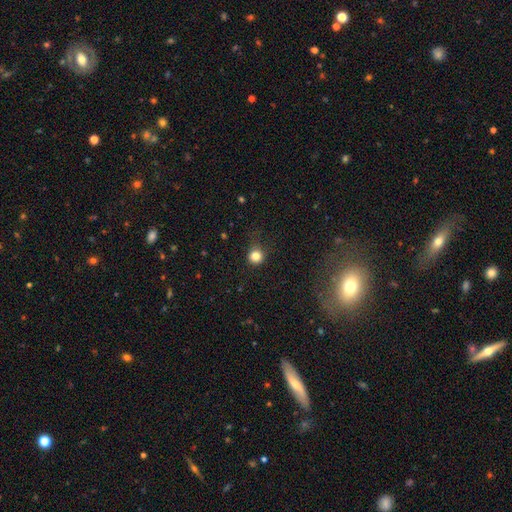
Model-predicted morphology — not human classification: This is clearly a smooth galaxy (81%). How rounded: clearly round (91%). Merging: likely none (78%).